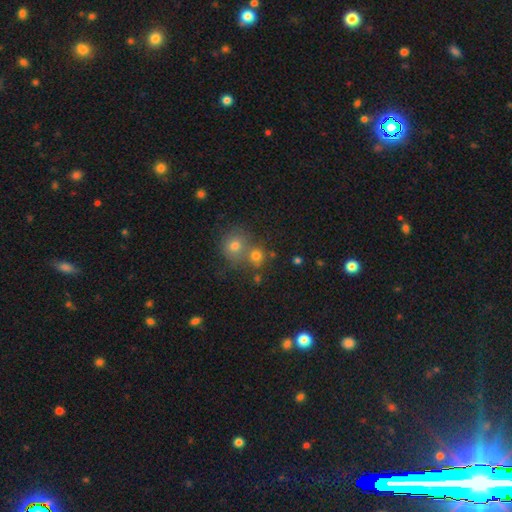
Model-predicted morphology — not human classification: smooth 69%, star or artifact 20%, featured or disk 11%. Down the decision tree: how rounded — round (84%); merging — none (49%).